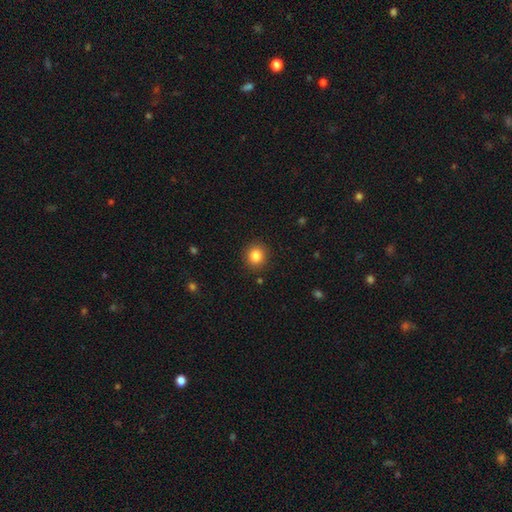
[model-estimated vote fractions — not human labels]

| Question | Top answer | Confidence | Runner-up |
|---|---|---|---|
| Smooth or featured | smooth | 85% | star or artifact (10%) |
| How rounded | round | 87% | in between (12%) |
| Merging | none | 90% | minor disturbance (7%) |